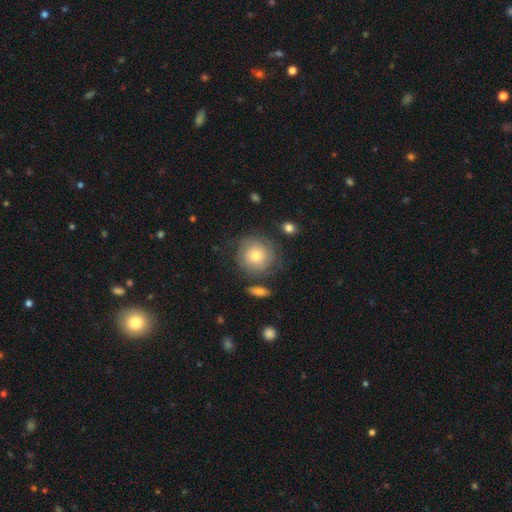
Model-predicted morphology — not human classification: smooth_or_featured: smooth (p=0.49) [alt: featured or disk p=0.42]
merging: none (p=0.74) [alt: minor disturbance p=0.15]